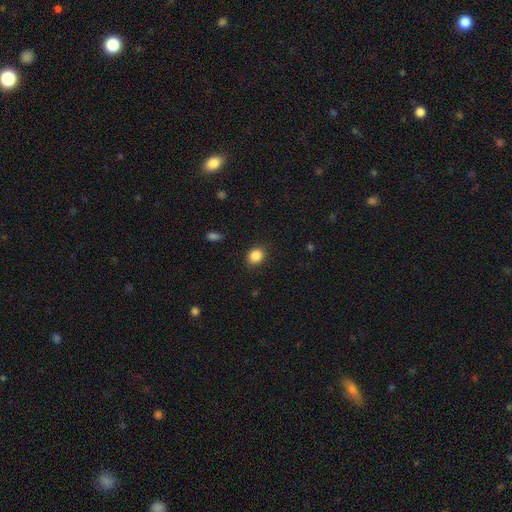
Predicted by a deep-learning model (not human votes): smooth-or-featured: smooth: 86% | star or artifact: 10% | featured or disk: 4%
  how-rounded: round: 59% | in between: 40% | cigar-shaped: 1%
  merging: none: 87% | minor disturbance: 10% | major disturbance: 2% | merger: 1%